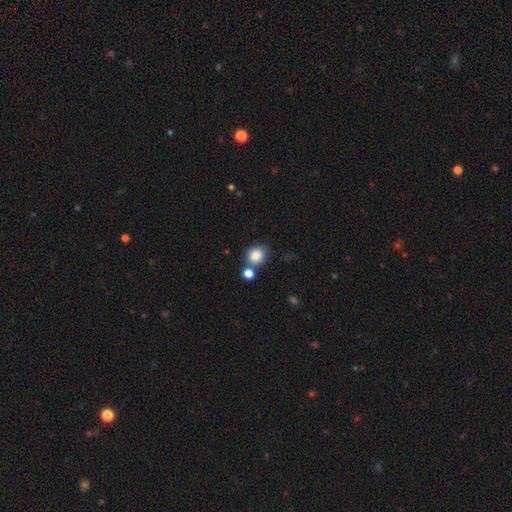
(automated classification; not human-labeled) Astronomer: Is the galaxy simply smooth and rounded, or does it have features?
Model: smooth — 85%.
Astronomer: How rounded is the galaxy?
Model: round — 79%.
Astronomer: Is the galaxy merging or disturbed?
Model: none — 67%.